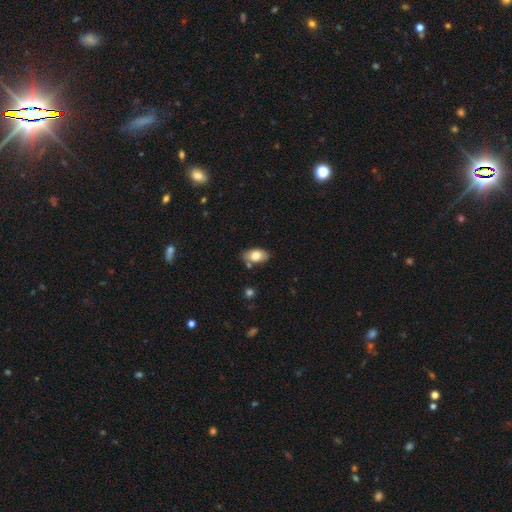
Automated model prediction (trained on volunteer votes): This appears to be a smooth galaxy with no disk features (79%) that is in between round and cigar-shaped (92%). Merging: none (75%).